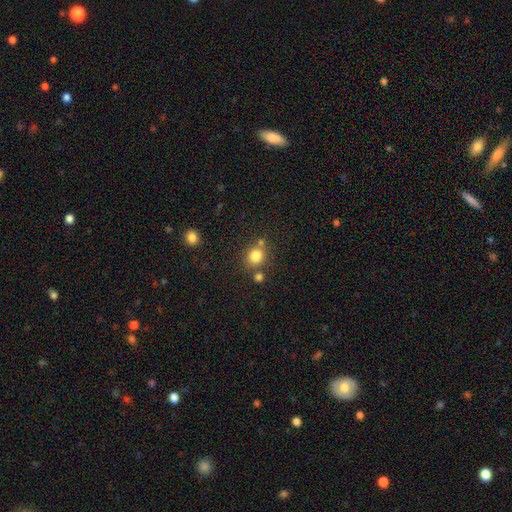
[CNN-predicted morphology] Q: Smooth or featured?
A: smooth (82%); runner-up: star or artifact (12%)
Q: How rounded?
A: round (82%); runner-up: in between (17%)
Q: Merging?
A: none (68%); runner-up: merger (18%)